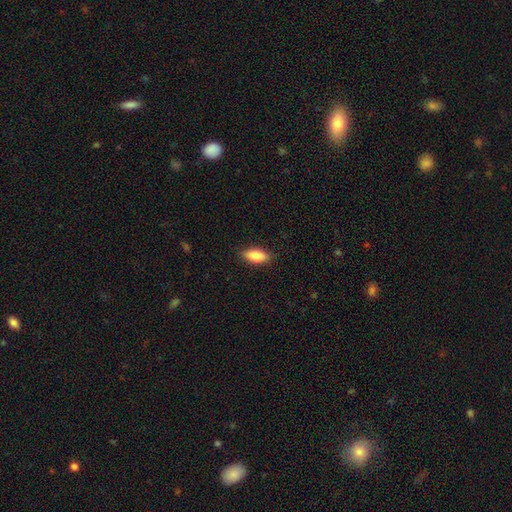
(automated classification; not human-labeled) This is clearly a smooth galaxy (82%). How rounded: likely in between (80%). Merging: clearly none (88%).